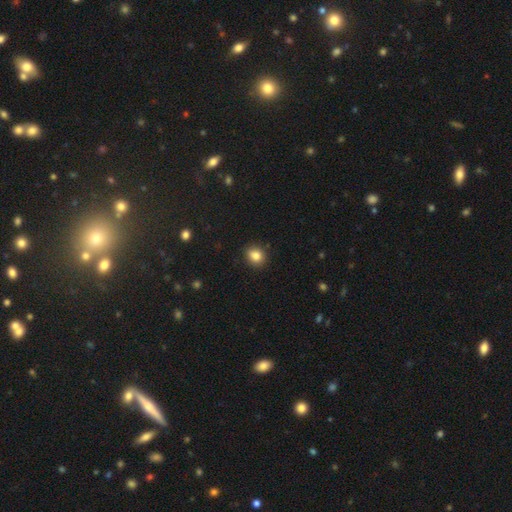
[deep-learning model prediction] This is clearly a smooth galaxy (84%). How rounded: likely round (68%). Merging: clearly none (89%).